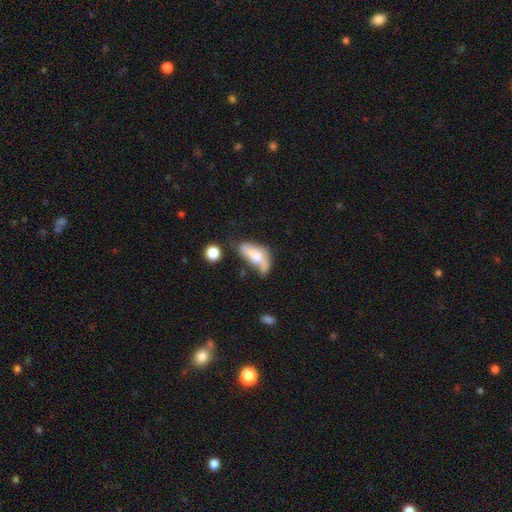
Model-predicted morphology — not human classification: Overall: smooth (49%; featured or disk 42%). Merging: major disturbance (28%; none 27%).